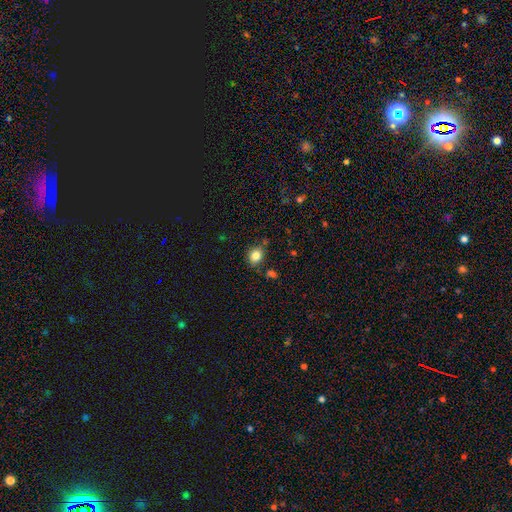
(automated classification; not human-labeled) Smooth or featured: smooth — 83% (star or artifact — 11%)
How rounded: round — 63% (in between — 36%)
Merging: none — 77% (minor disturbance — 15%)